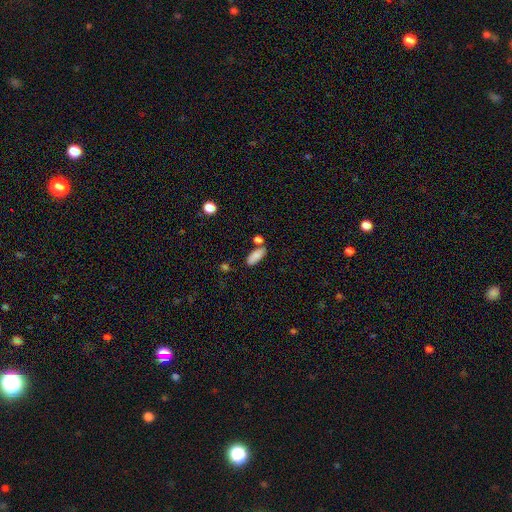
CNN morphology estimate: The model was most divided on "merging": none: 70%, minor disturbance: 13%, merger: 13%, major disturbance: 4%. More confident: smooth or featured — smooth (86%); how rounded — in between (79%).